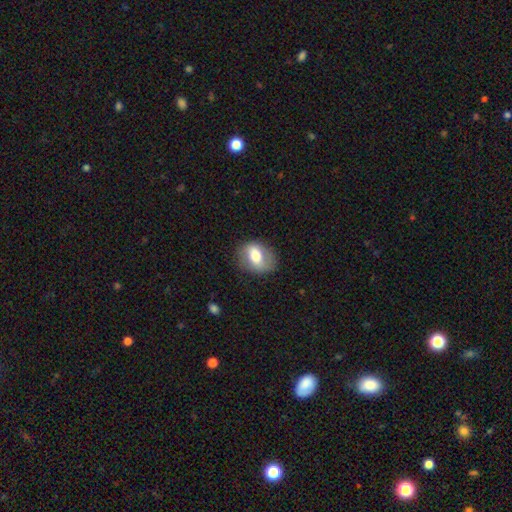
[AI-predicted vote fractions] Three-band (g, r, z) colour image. It shows a smooth galaxy with no disk features (60%) that is in between round and cigar-shaped (68%). Merging: none (72%).